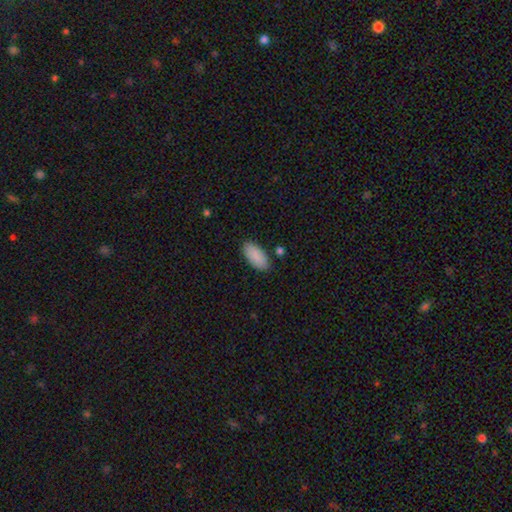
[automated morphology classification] The model was most divided on "merging": none: 85%, minor disturbance: 10%, major disturbance: 2%, merger: 2%. More confident: how rounded — in between (92%); smooth or featured — smooth (90%).